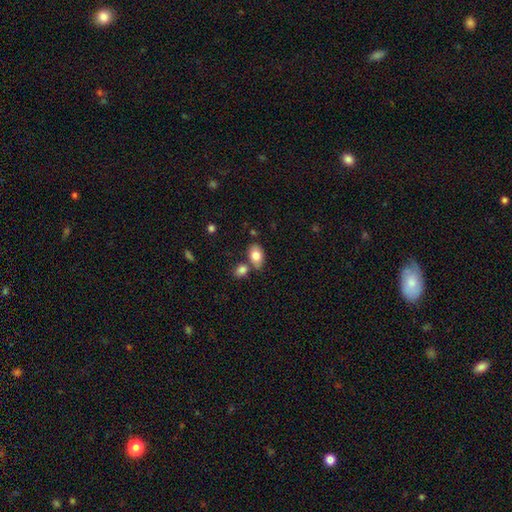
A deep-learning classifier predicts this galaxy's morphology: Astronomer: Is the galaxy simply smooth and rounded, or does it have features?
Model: smooth — 81%.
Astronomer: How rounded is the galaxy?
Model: in between — 88%.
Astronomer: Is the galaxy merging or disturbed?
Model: none — 61%.